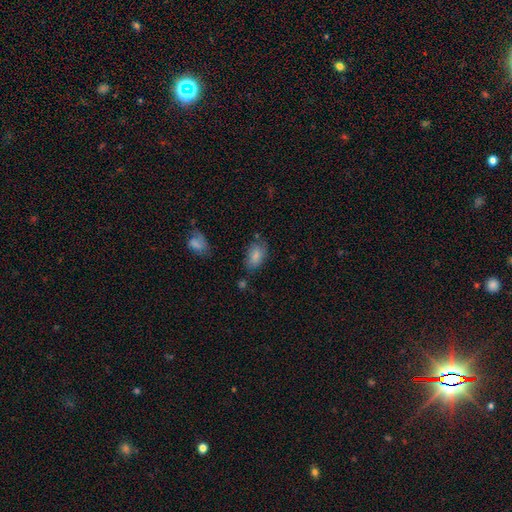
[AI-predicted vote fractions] Morphology: type=smooth (80%); roundness=in between (91%); merging=none (63%).